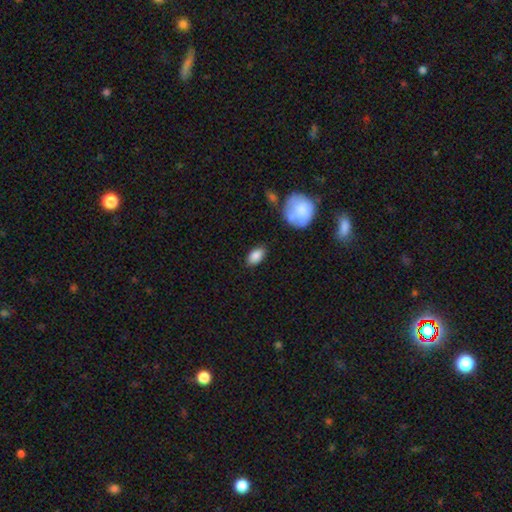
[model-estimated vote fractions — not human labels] A smooth galaxy with no disk features (87%) that is in between round and cigar-shaped (91%).

Vote fractions:
- Smooth or featured? smooth: 87% / star or artifact: 7% / featured or disk: 6%
- How rounded? in between: 91% / round: 6% / cigar-shaped: 3%
- Merging? none: 84% / minor disturbance: 12% / major disturbance: 3% / merger: 2%